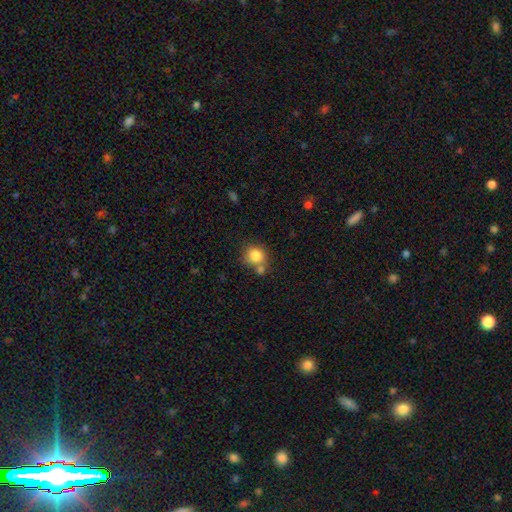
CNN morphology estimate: Smooth or featured? smooth (83%)
How rounded? round (81%)
Merging? none (55%)